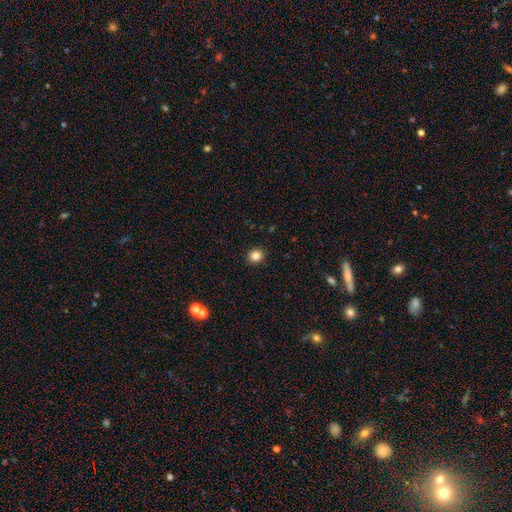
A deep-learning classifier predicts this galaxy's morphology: Overall: smooth (85%). How rounded: round (78%). Merging: none (92%).